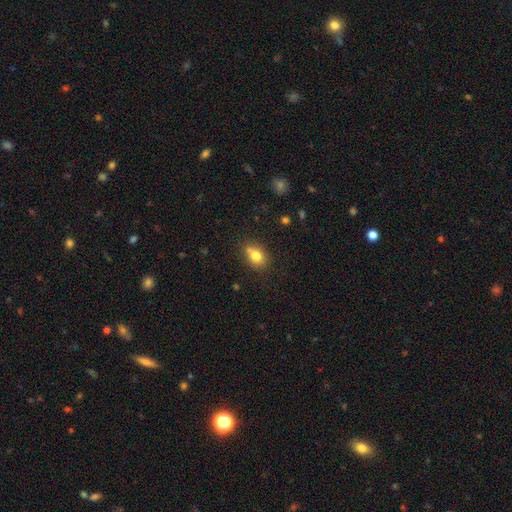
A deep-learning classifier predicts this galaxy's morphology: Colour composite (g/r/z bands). It shows a smooth galaxy with no disk features (78%) that is in between round and cigar-shaped (50%). Merging: none (59%).